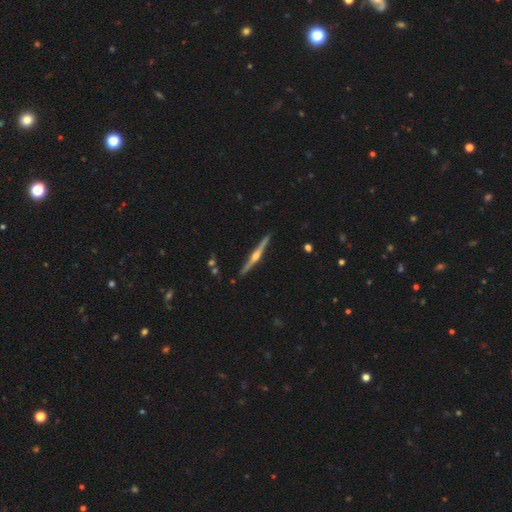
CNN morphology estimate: Smooth or featured? featured or disk (85%)
Edge-on disk? yes (99%)
Edge-on bulge? rounded (93%)
Merging? none (92%)